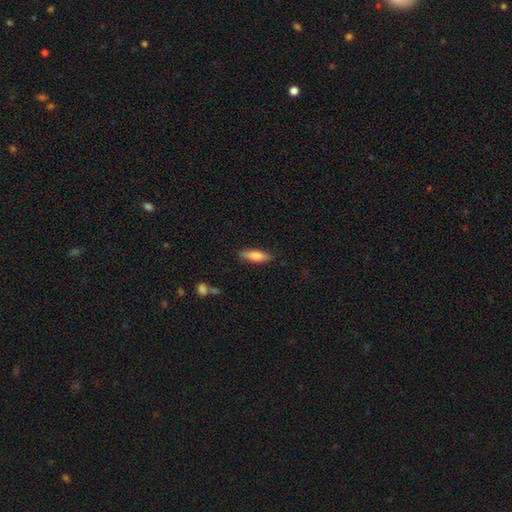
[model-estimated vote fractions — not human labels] Morphology: type=smooth (75%); roundness=cigar-shaped (51%); merging=none (84%).